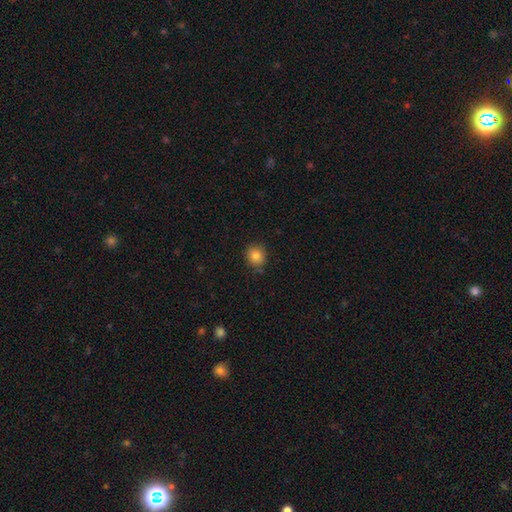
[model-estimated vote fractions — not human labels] A smooth galaxy with no disk features (83%) that is round (83%).

Vote fractions:
- Smooth or featured? smooth: 83% / star or artifact: 11% / featured or disk: 6%
- How rounded? round: 83% / in between: 16% / cigar-shaped: 1%
- Merging? none: 84% / minor disturbance: 12% / major disturbance: 2% / merger: 2%